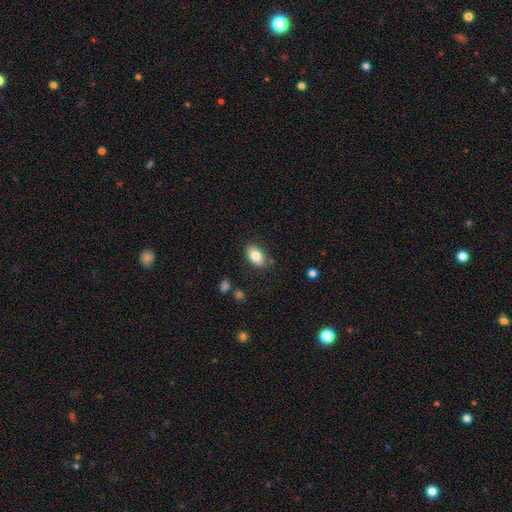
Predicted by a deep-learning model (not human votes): smooth_or_featured: smooth (p=0.82) [alt: featured or disk p=0.11]
how_rounded: in between (p=0.92) [alt: round p=0.06]
merging: none (p=0.83) [alt: minor disturbance p=0.11]